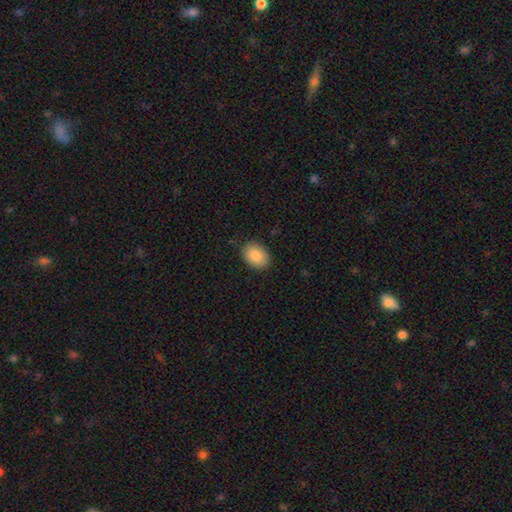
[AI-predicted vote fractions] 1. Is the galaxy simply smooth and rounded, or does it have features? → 88% smooth, 7% star or artifact, 5% featured or disk.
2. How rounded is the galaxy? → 76% in between, 23% round, 1% cigar-shaped.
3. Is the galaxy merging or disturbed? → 86% none, 10% minor disturbance, 2% major disturbance, 1% merger.